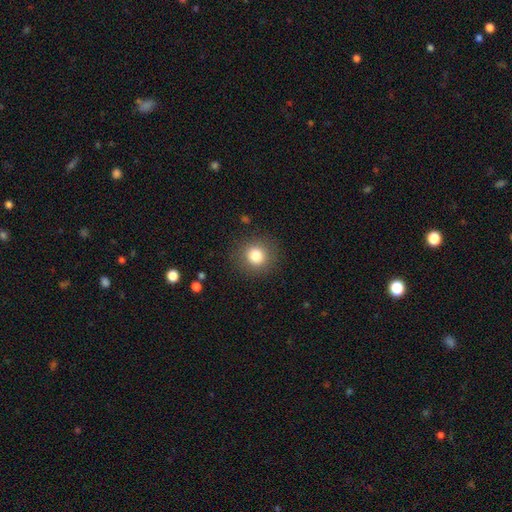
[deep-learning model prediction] The model was most divided on "smooth or featured": smooth: 81%, star or artifact: 12%, featured or disk: 8%. More confident: how rounded — round (91%); merging — none (88%).